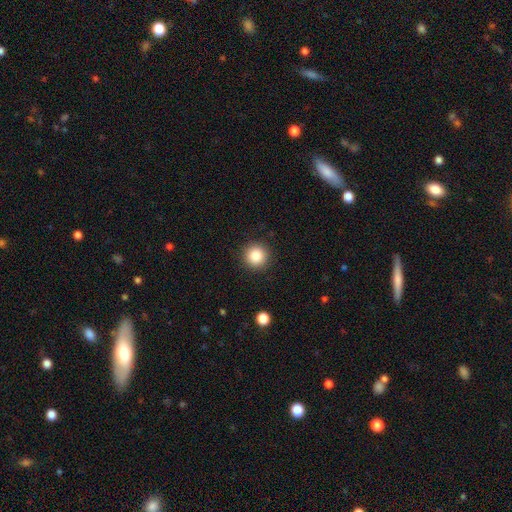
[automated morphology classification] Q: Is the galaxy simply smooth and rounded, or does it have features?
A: smooth — 85%.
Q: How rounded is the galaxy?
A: round — 95%.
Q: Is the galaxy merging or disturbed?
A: none — 91%.